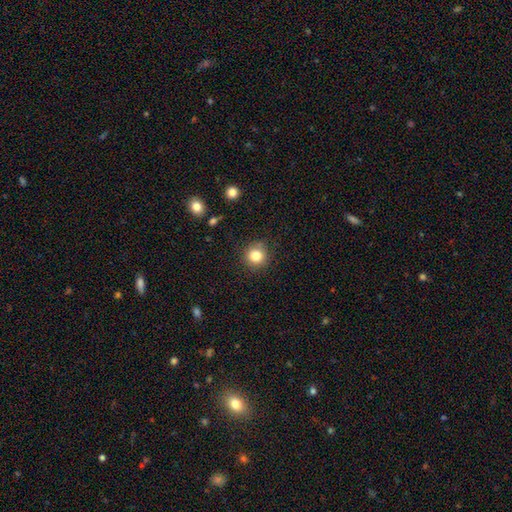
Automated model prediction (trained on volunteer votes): This appears to be a smooth galaxy with no disk features (82%) that is round (91%). Merging: none (86%).